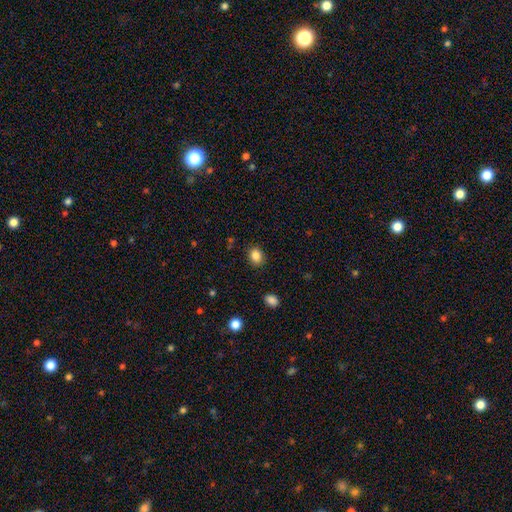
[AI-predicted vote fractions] Smooth or featured?
  - smooth: 85% *
  - star or artifact: 10%
  - featured or disk: 5%
How rounded?
  - round: 53% *
  - in between: 46%
  - cigar-shaped: 1%
Merging?
  - none: 87% *
  - minor disturbance: 9%
  - major disturbance: 3%
  - merger: 1%